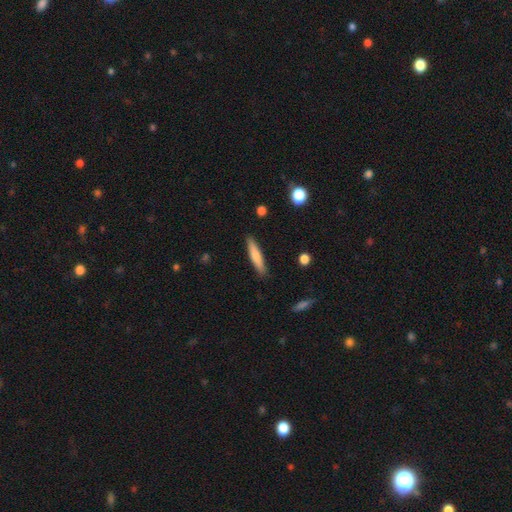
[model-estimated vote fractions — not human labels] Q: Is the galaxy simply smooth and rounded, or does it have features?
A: smooth — 72%.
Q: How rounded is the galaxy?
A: cigar-shaped — 88%.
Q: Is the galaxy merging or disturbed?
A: none — 89%.